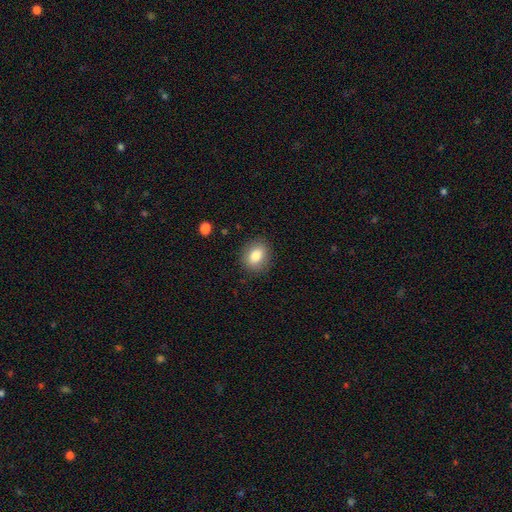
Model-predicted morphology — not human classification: Smooth or featured: smooth — 82% (featured or disk — 9%)
How rounded: in between — 52% (round — 47%)
Merging: none — 87% (minor disturbance — 9%)